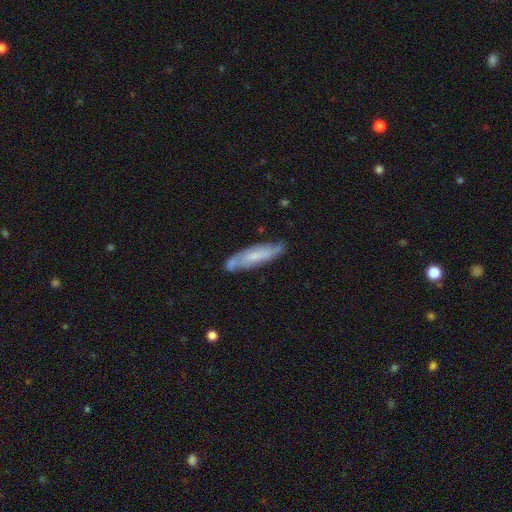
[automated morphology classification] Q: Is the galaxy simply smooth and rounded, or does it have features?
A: featured or disk — 54%.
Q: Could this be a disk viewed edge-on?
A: no — 63%.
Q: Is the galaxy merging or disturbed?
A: none — 68%.